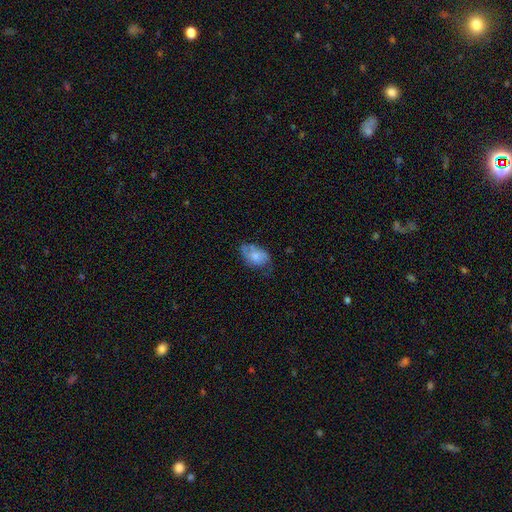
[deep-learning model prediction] Q: Smooth or featured?
A: smooth (60%); runner-up: featured or disk (32%)
Q: How rounded?
A: in between (86%); runner-up: round (12%)
Q: Merging?
A: none (43%); runner-up: minor disturbance (34%)